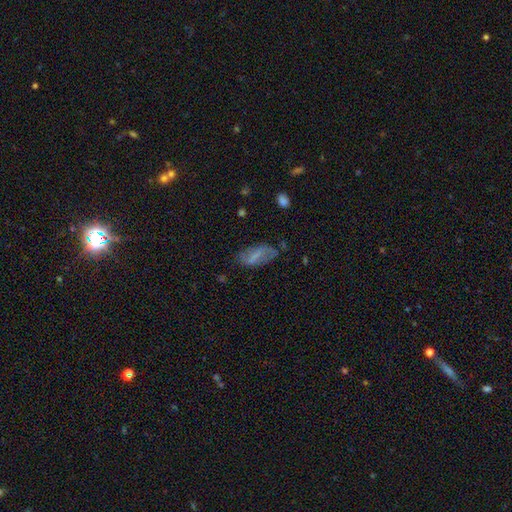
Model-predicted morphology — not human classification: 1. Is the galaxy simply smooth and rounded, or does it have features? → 45% smooth (tied), 45% featured or disk (tied), 10% star or artifact.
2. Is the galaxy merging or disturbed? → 64% none, 23% minor disturbance, 10% major disturbance, 2% merger.